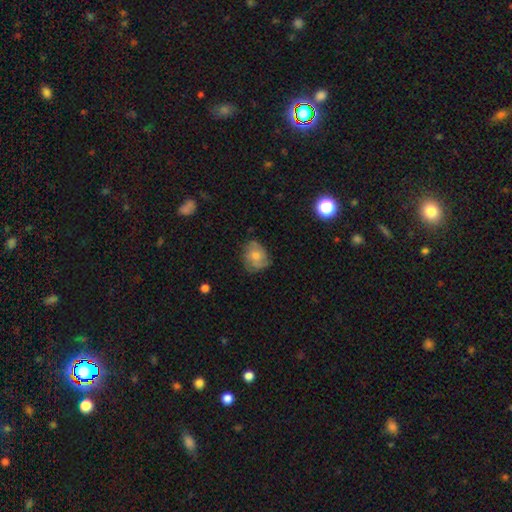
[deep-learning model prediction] Smooth or featured? featured or disk (46%)
Merging? none (68%)